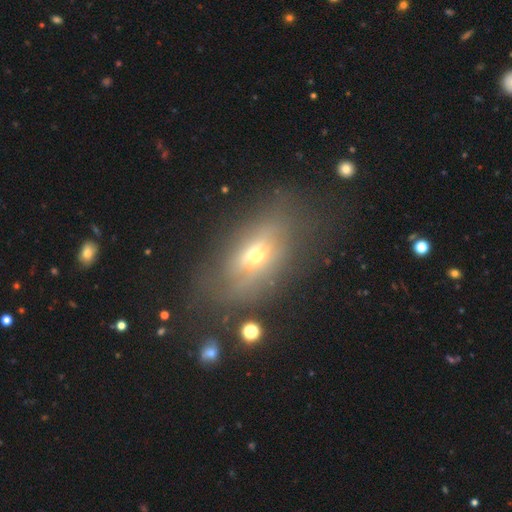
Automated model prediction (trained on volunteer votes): Smooth or featured: smooth — 45% (featured or disk — 41%)
Merging: none — 63% (minor disturbance — 20%)